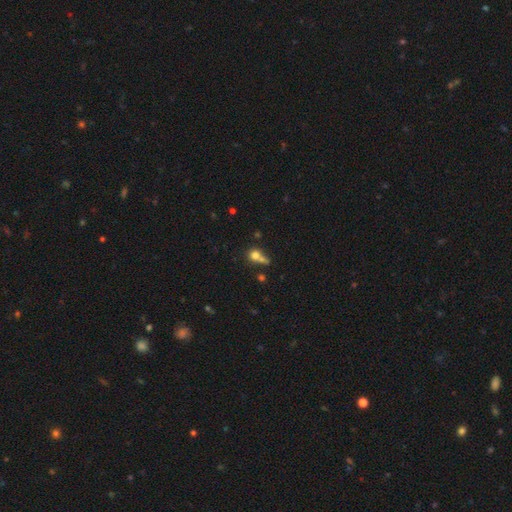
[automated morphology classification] Smooth or featured: smooth — 73% (star or artifact — 14%)
How rounded: round — 79% (in between — 19%)
Merging: merger — 41% (none — 40%)